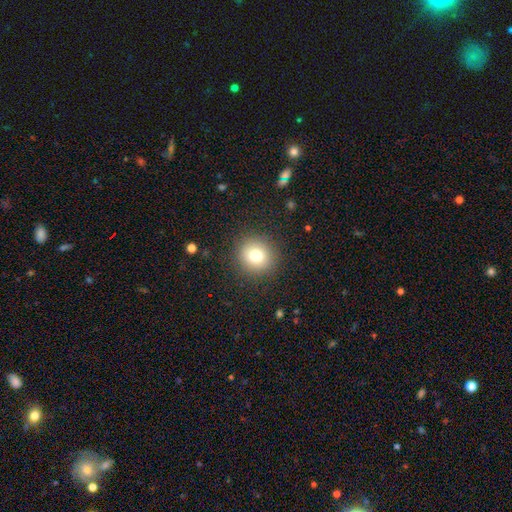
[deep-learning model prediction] Morphology: type=smooth (79%); roundness=round (91%); merging=none (89%).